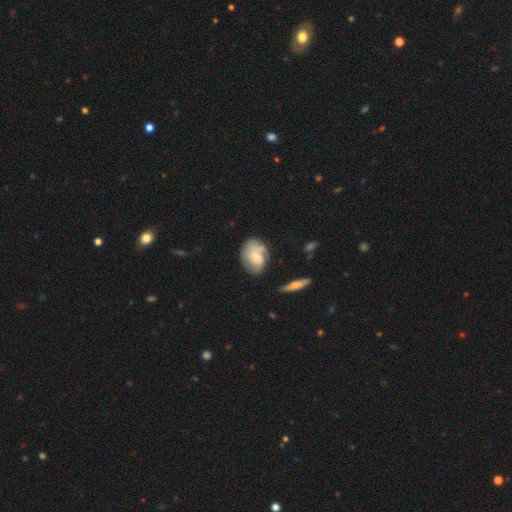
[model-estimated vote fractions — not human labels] Morphology: type=featured or disk (56%); edge-on=no (95%); bar=no (68%); spiral arms=yes (79%); bulge=small (60%); merging=none (61%).